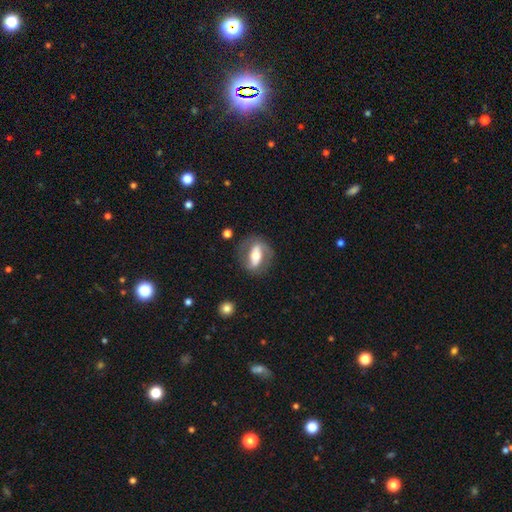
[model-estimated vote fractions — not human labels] This appears to be a featured or disk galaxy (65%) with a strong bar (55%), spiral arms (64%) and a moderate central bulge (66%). Merging: none (75%).